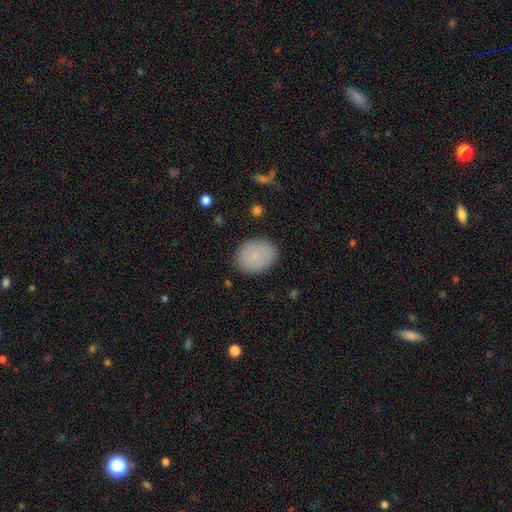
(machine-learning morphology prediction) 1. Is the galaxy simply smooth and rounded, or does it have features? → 83% smooth, 10% featured or disk, 8% star or artifact.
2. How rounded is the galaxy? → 59% in between, 40% round, 1% cigar-shaped.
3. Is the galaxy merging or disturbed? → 86% none, 10% minor disturbance, 3% major disturbance, 1% merger.